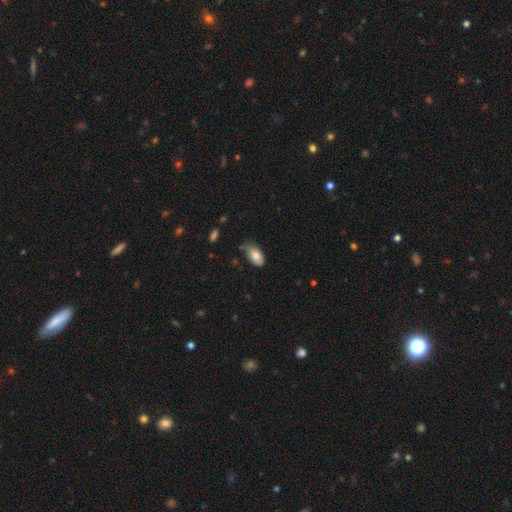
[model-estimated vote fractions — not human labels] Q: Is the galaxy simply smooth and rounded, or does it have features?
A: smooth — 77%.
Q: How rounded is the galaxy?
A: in between — 93%.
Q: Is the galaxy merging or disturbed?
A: none — 60%.